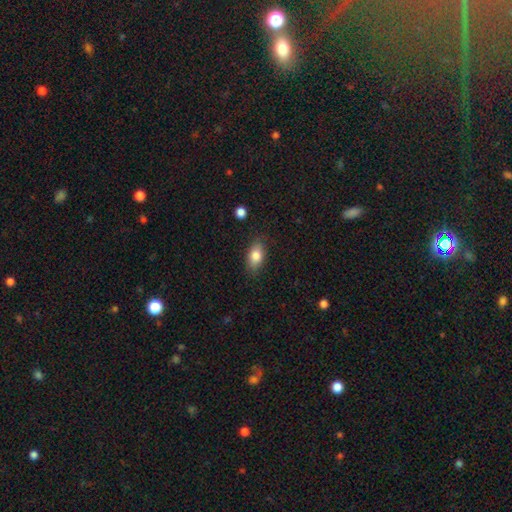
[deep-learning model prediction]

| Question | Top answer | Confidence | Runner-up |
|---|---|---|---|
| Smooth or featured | smooth | 83% | featured or disk (10%) |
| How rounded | in between | 88% | round (8%) |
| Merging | none | 83% | minor disturbance (13%) |